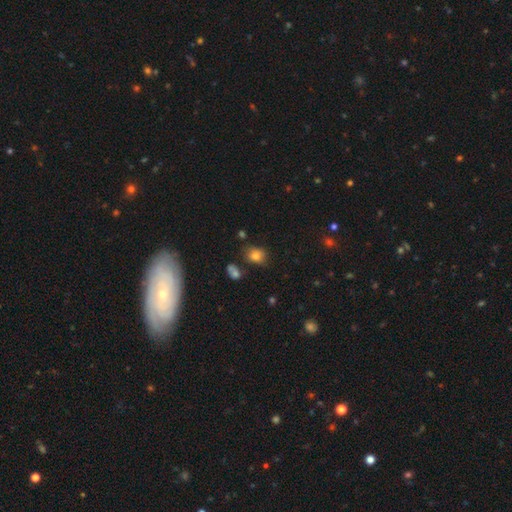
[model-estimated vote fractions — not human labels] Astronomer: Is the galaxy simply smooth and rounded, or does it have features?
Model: smooth — 79%.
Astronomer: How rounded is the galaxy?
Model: in between — 52% (runner-up: round, 47%).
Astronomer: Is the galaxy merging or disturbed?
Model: none — 75%.